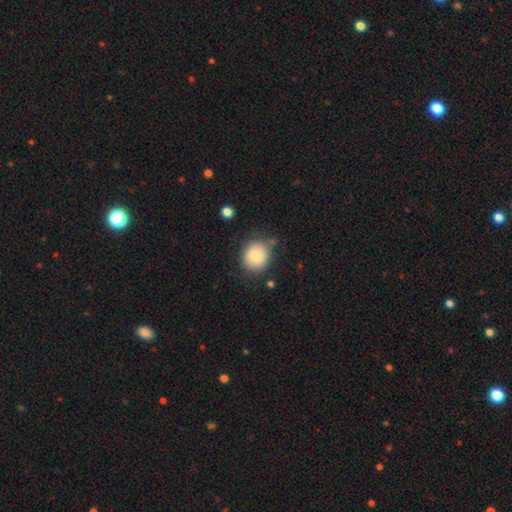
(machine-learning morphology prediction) Smooth or featured? smooth (82%)
How rounded? round (78%)
Merging? none (74%)